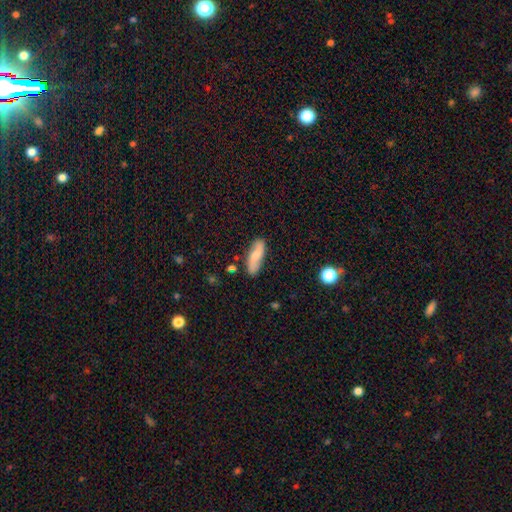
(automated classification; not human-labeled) Smooth or featured: smooth — 55% (featured or disk — 39%)
How rounded: in between — 56% (cigar-shaped — 41%)
Merging: none — 80% (minor disturbance — 15%)